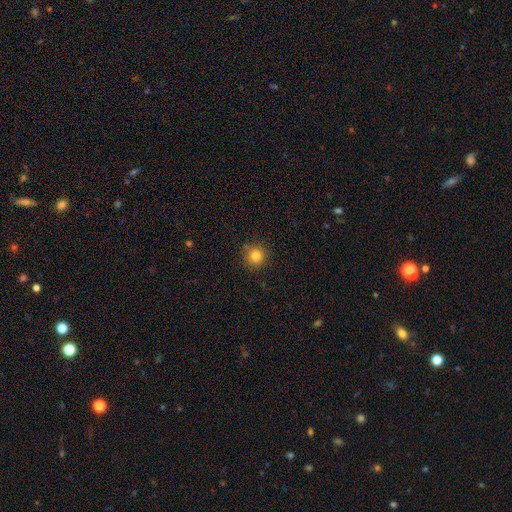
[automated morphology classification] Smooth or featured? smooth (81%)
How rounded? round (93%)
Merging? none (85%)